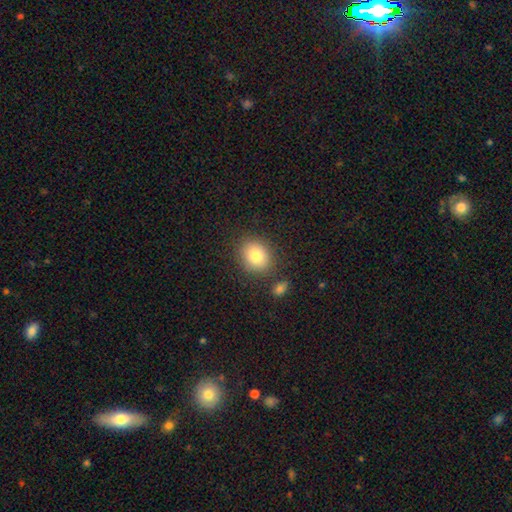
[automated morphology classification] This appears to be a smooth galaxy with no disk features (81%) that is round (67%). Merging: none (82%).